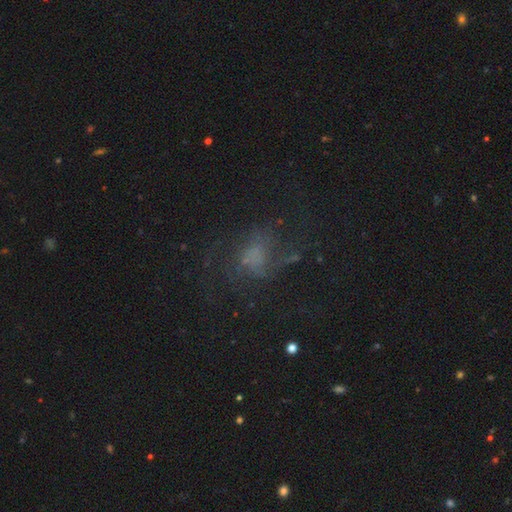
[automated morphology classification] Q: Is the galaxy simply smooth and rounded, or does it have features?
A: featured or disk — 44%.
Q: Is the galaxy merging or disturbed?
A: none — 47%.